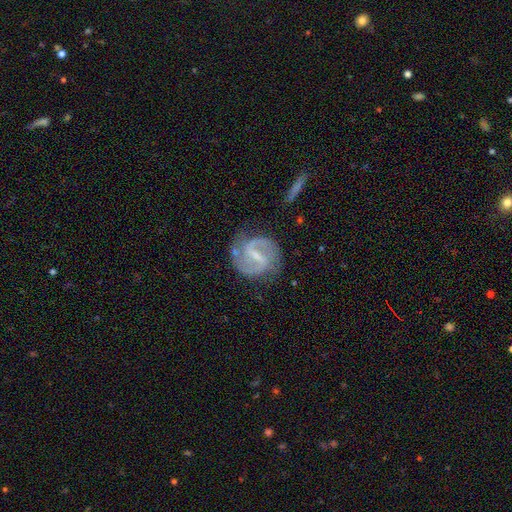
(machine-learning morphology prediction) This is clearly a featured or disk galaxy (89%). It is clearly not viewed edge-on (98%). Bar: possibly strong (51%). Spiral arm pattern: clearly yes (97%). Spiral arm count: clearly 2 (92%). Spiral winding: possibly medium (56%). Central bulge: possibly small (56%). Merging: likely none (76%).